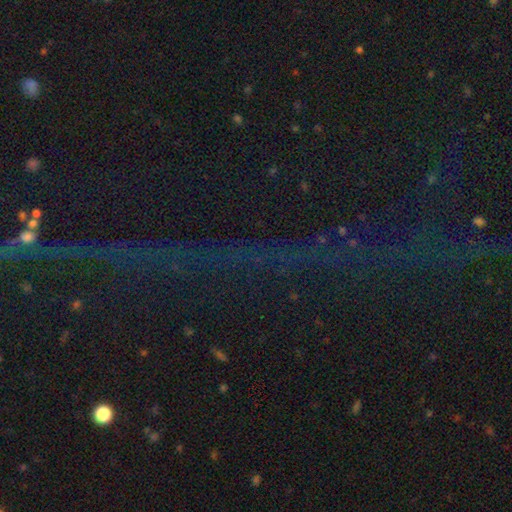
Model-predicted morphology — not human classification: Smooth or featured? star or artifact (76%)